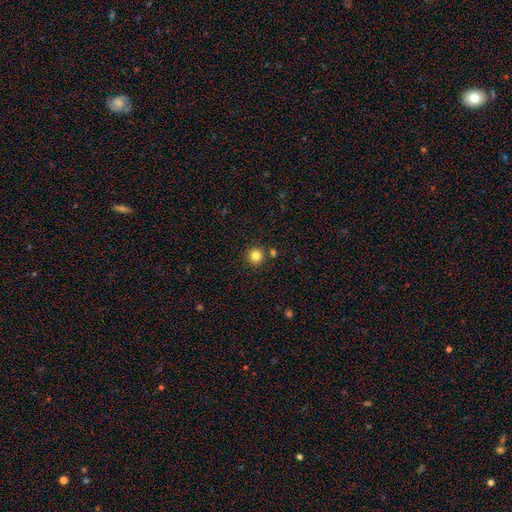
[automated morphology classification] smooth-or-featured: smooth: 82% | star or artifact: 12% | featured or disk: 5%
  how-rounded: round: 96% | in between: 3% | cigar-shaped: 1%
  merging: none: 87% | minor disturbance: 6% | merger: 5% | major disturbance: 2%